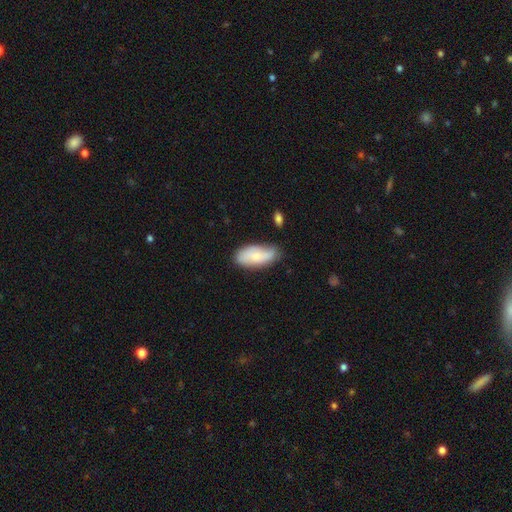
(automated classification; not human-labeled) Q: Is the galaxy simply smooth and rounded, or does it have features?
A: smooth — 64%.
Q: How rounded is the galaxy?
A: in between — 88%.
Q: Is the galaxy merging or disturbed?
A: none — 70%.